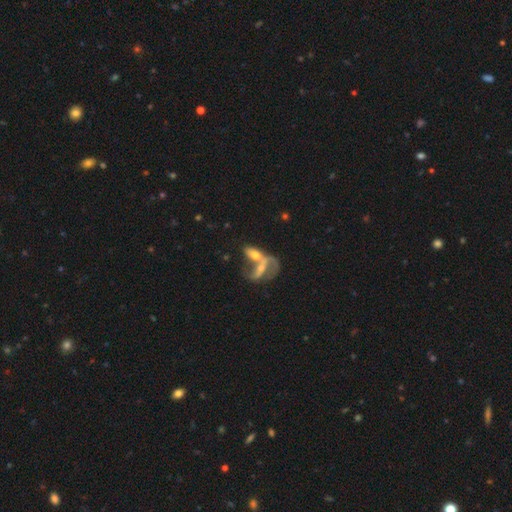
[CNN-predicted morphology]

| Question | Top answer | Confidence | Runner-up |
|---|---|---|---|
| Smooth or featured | featured or disk | 57% | smooth (33%) |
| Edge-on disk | no | 85% | yes (15%) |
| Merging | merger | 67% | none (17%) |